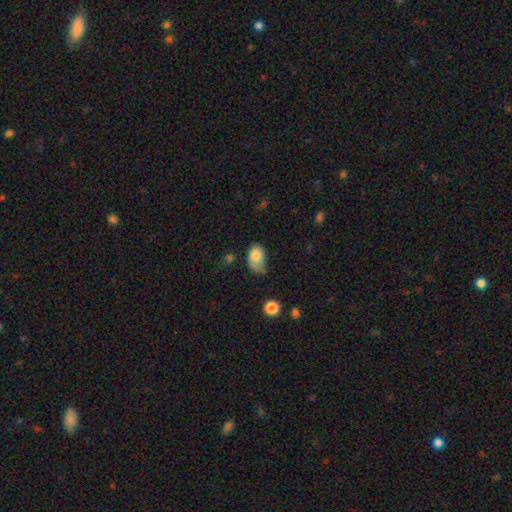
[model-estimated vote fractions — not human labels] The model was most divided on "merging": minor disturbance: 41%, none: 37%, major disturbance: 18%, merger: 5%. More confident: how rounded — in between (86%); smooth or featured — smooth (78%).